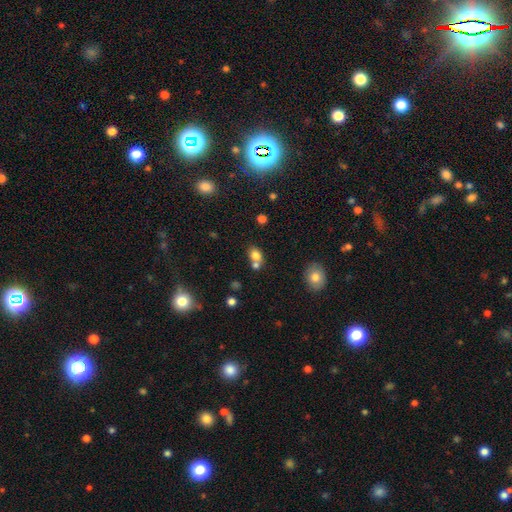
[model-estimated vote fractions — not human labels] This appears to be a smooth galaxy with no disk features (78%) that is in between round and cigar-shaped (56%). Merging: none (44%).